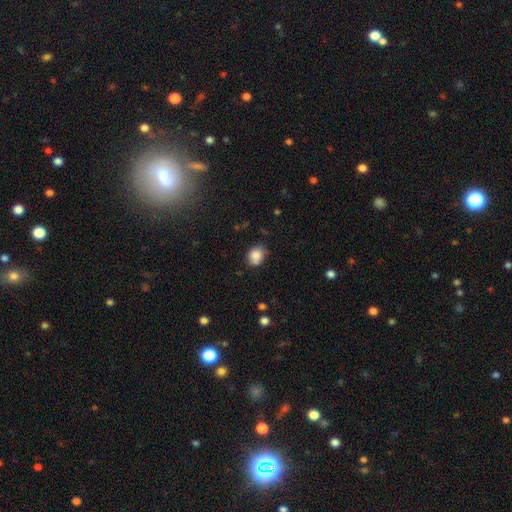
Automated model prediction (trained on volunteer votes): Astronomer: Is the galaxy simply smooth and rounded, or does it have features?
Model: smooth — 83%.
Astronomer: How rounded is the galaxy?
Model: round — 65%.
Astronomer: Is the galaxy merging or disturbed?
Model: none — 69%.